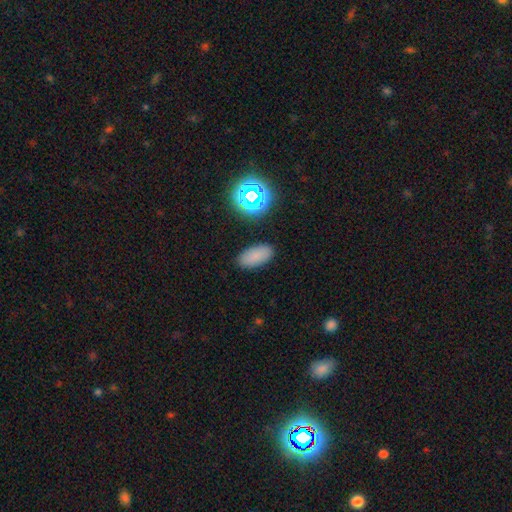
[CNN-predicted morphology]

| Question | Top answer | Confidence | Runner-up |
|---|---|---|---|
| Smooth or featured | smooth | 79% | star or artifact (14%) |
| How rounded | in between | 91% | cigar-shaped (5%) |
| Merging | none | 86% | minor disturbance (10%) |